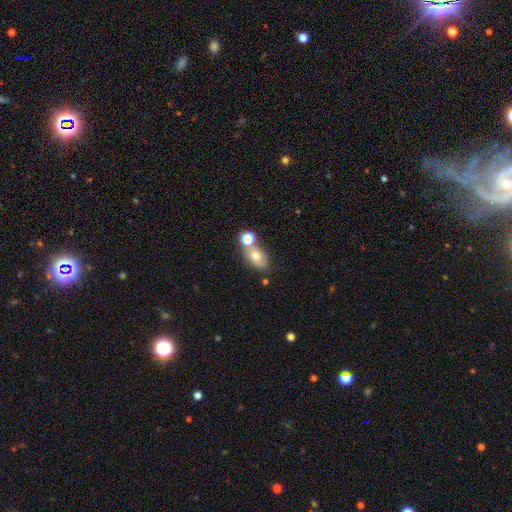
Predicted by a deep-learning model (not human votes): This is likely a smooth galaxy (71%). How rounded: likely in between (77%). Merging: possibly none (54%).